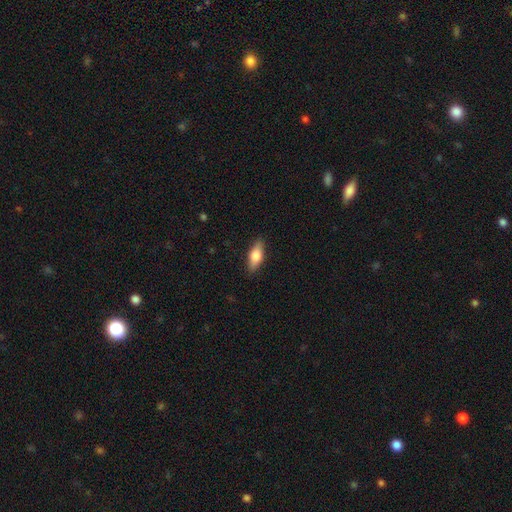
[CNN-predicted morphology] Smooth or featured: smooth — 73% (featured or disk — 21%)
How rounded: in between — 76% (cigar-shaped — 21%)
Merging: none — 87% (minor disturbance — 9%)